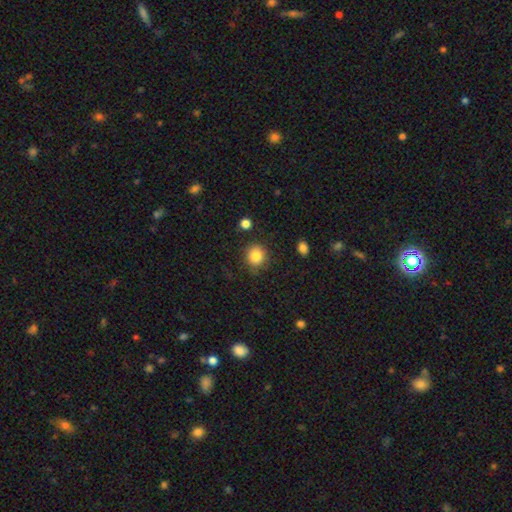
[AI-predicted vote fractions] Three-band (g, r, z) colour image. It shows a smooth galaxy with no disk features (84%) that is round (87%). Merging: none (83%).